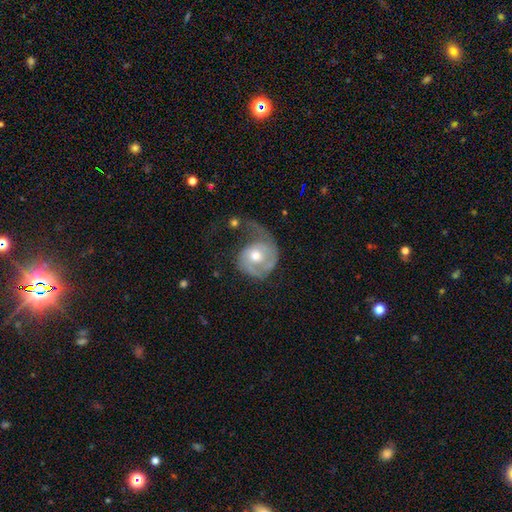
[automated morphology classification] Smooth or featured: featured or disk — 66% (smooth — 29%)
Edge-on disk: no — 97% (yes — 3%)
Bar: no — 72% (weak — 23%)
Spiral arms: yes — 80% (no — 20%)
Spiral winding: tight — 37% (medium — 33%)
Spiral arm count: 1 — 55% (2 — 28%)
Bulge size: moderate — 71% (small — 17%)
Merging: major disturbance — 47% (none — 27%)